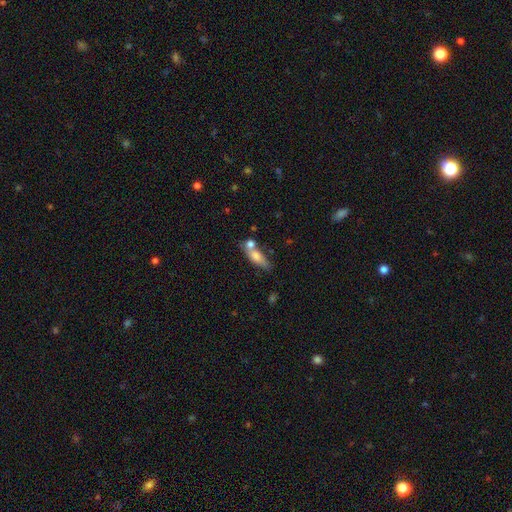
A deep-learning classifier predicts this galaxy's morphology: Smooth or featured?
  - smooth: 67% *
  - featured or disk: 25%
  - star or artifact: 8%
How rounded?
  - in between: 52% *
  - cigar-shaped: 43%
  - round: 4%
Merging?
  - none: 49% *
  - merger: 29%
  - minor disturbance: 16%
  - major disturbance: 6%